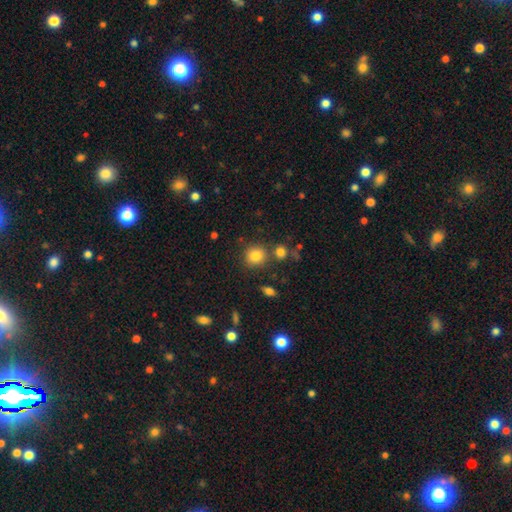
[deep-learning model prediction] smooth_or_featured: smooth (p=0.82) [alt: star or artifact p=0.11]
how_rounded: round (p=0.86) [alt: in between p=0.13]
merging: none (p=0.77) [alt: merger p=0.11]